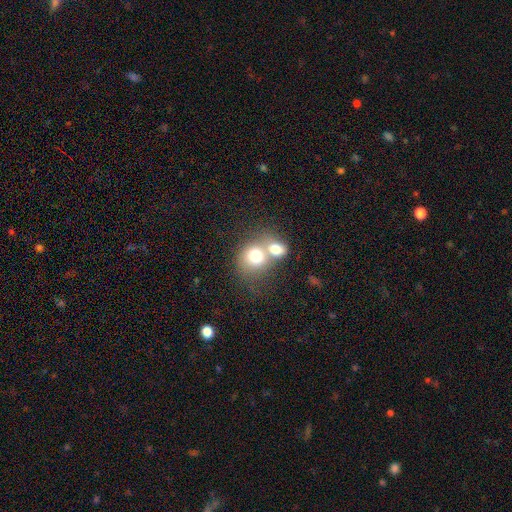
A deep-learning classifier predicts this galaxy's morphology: type=smooth (72%); roundness=round (65%); merging=merger (67%).